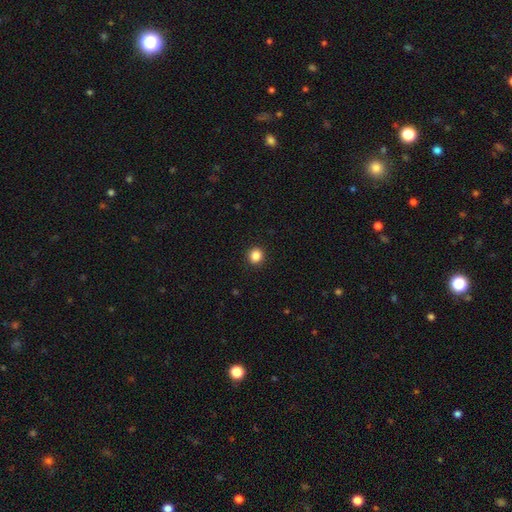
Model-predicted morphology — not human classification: This is clearly a smooth galaxy (86%). How rounded: clearly round (93%). Merging: clearly none (93%).